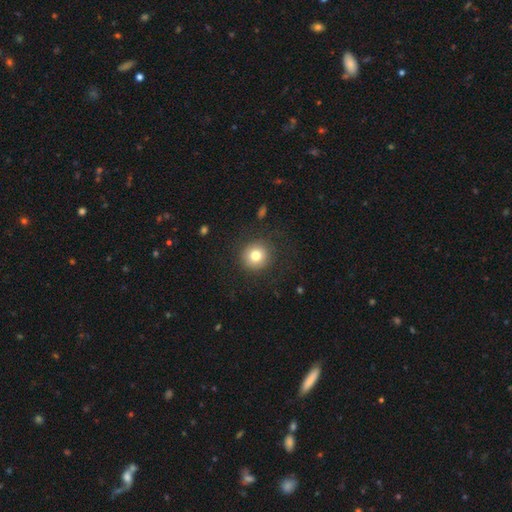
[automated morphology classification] type=smooth (77%); roundness=round (94%); merging=none (87%).